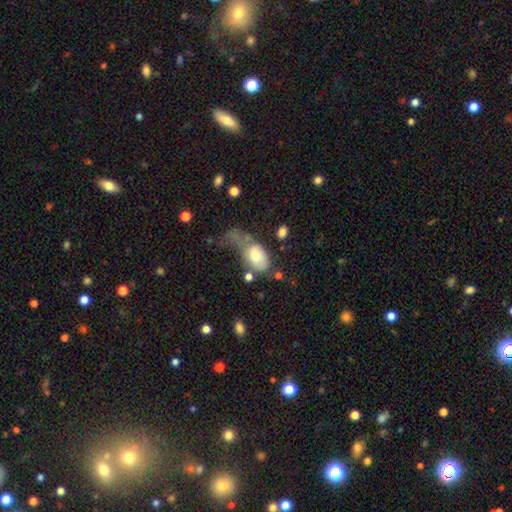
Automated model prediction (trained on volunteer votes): Overall: smooth (71%). How rounded: in between (89%). Merging: major disturbance (53%; minor disturbance 18%).